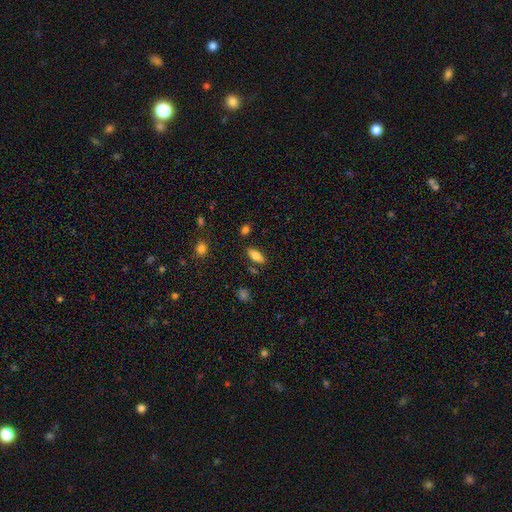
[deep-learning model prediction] This is likely a smooth galaxy (74%). How rounded: clearly in between (80%). Merging: clearly none (83%).